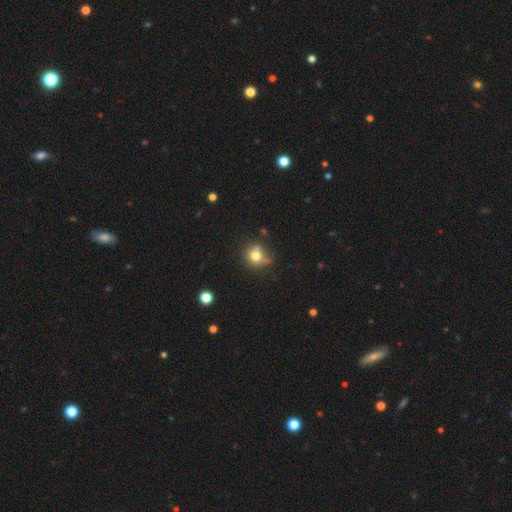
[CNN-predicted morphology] smooth-or-featured: smooth: 74% | star or artifact: 14% | featured or disk: 12%
  how-rounded: round: 84% | in between: 15% | cigar-shaped: 1%
  merging: none: 58% | minor disturbance: 23% | merger: 10% | major disturbance: 10%